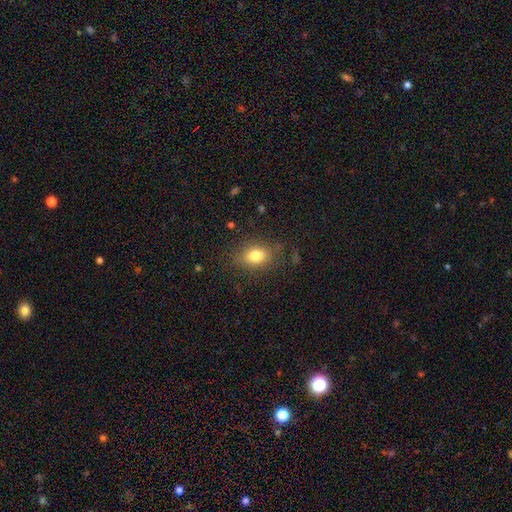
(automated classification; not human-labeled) This appears to be a smooth galaxy with no disk features (81%) that is in between round and cigar-shaped (71%). Merging: none (80%).